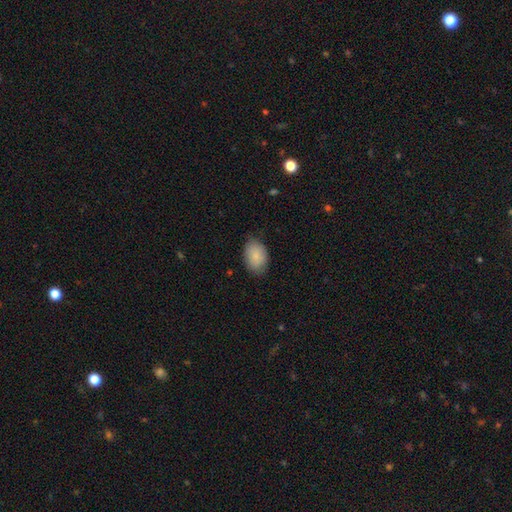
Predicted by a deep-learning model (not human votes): Smooth or featured? smooth (86%)
How rounded? in between (84%)
Merging? none (77%)